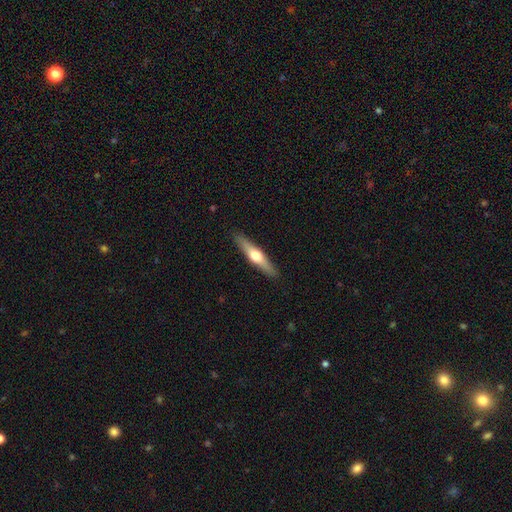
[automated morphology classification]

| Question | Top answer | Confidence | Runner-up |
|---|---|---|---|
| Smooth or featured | featured or disk | 55% | smooth (40%) |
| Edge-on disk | yes | 94% | no (6%) |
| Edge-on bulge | rounded | 93% | none (4%) |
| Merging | none | 90% | minor disturbance (7%) |